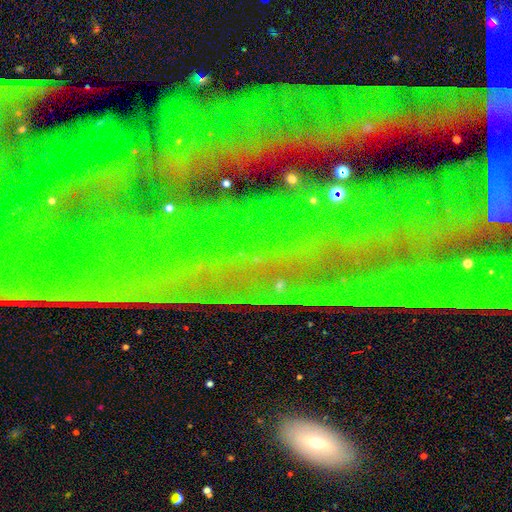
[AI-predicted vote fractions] smooth-or-featured: star or artifact: 78% | featured or disk: 13% | smooth: 9%